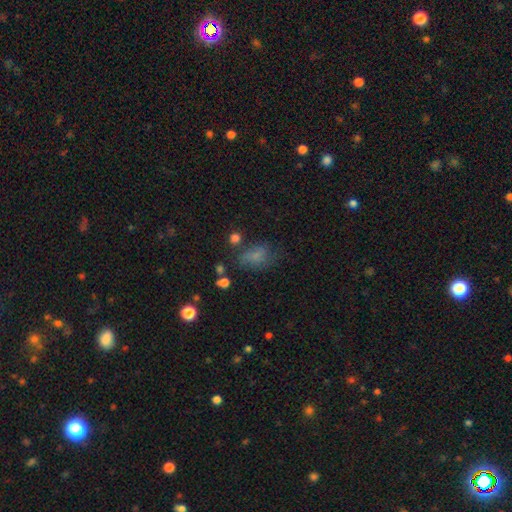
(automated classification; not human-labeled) Smooth or featured? Predicted: smooth (p=0.68). How rounded? Predicted: in between (p=0.77). Merging? Predicted: none (p=0.47).